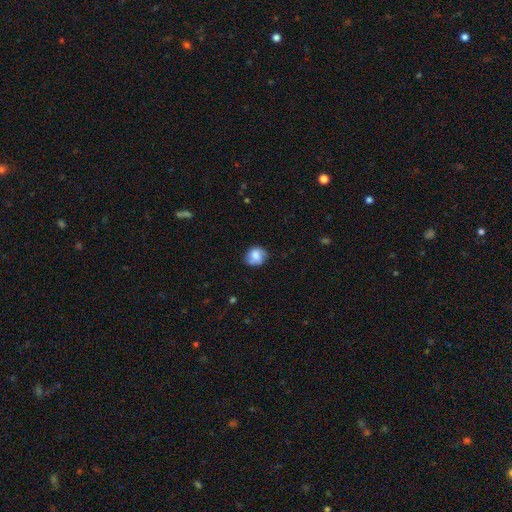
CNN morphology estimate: Smooth or featured? smooth (72%)
How rounded? round (71%)
Merging? none (64%)